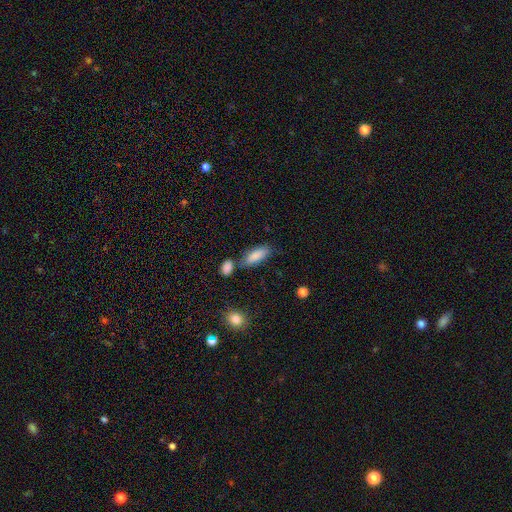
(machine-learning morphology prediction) This is clearly a smooth galaxy (85%). How rounded: likely in between (73%). Merging: likely none (63%).